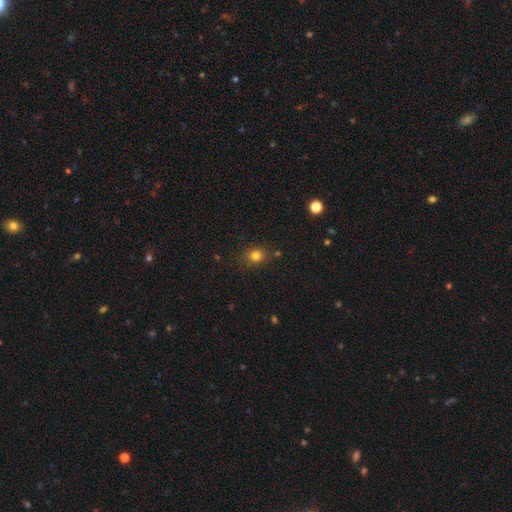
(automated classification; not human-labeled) This is clearly a smooth galaxy (80%). How rounded: likely round (78%). Merging: clearly none (82%).